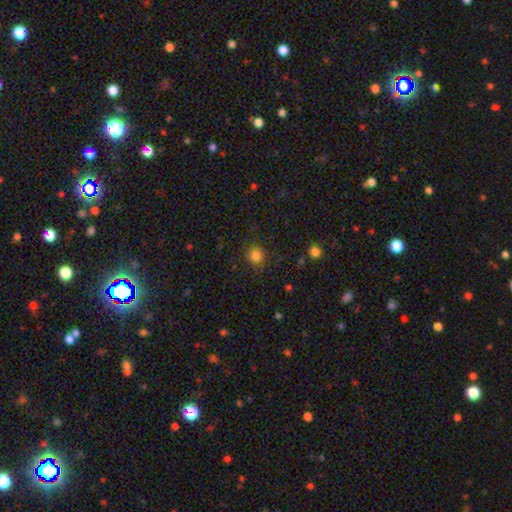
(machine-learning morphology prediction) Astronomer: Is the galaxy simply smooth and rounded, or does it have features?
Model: smooth — 83%.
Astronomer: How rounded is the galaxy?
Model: round — 89%.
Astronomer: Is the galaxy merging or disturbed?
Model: none — 86%.